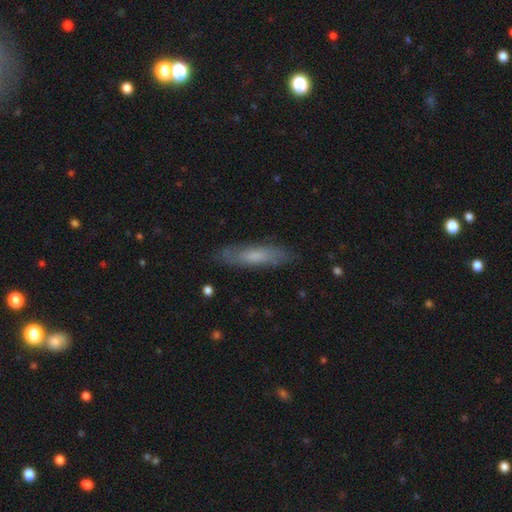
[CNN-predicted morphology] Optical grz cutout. It shows a smooth galaxy with no disk features (59%) that is cigar-shaped (75%). Merging: none (82%).